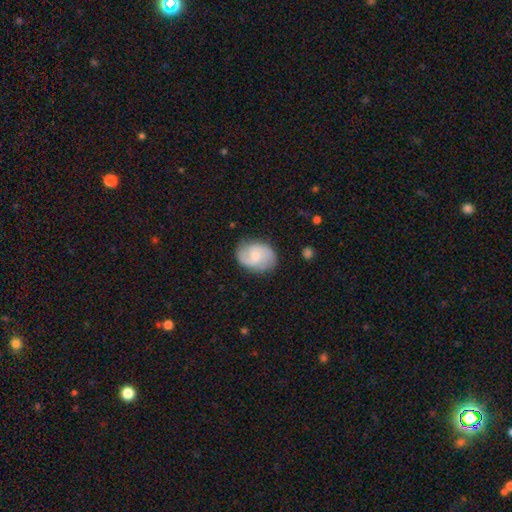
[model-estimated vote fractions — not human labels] Smooth or featured? featured or disk (65%)
Edge-on disk? no (98%)
Bar? no (51%)
Spiral arms? yes (92%)
Spiral winding? medium (48%)
Spiral arm count? 2 (84%)
Bulge size? small (52%)
Merging? none (76%)